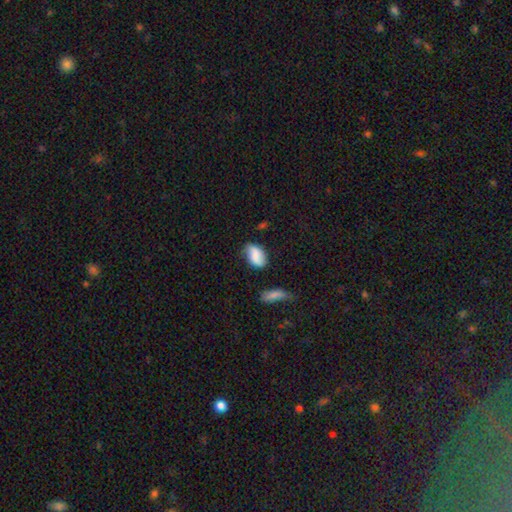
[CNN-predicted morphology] Smooth or featured: smooth — 69% (featured or disk — 22%)
How rounded: in between — 87% (round — 11%)
Merging: none — 62% (minor disturbance — 26%)